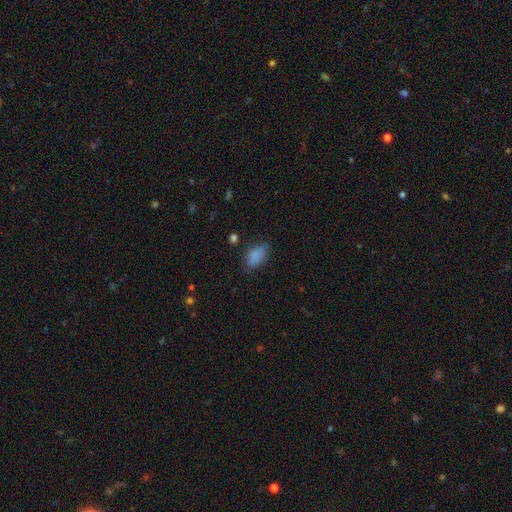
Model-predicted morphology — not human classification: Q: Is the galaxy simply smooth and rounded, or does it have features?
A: smooth — 85%.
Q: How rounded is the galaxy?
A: in between — 91%.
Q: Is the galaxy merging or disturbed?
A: none — 72%.